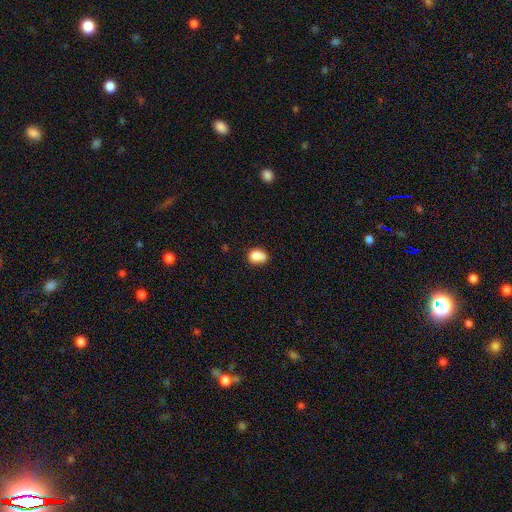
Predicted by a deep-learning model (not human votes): smooth_or_featured: smooth (p=0.83) [alt: star or artifact p=0.10]
how_rounded: in between (p=0.63) [alt: round p=0.36]
merging: none (p=0.53) [alt: minor disturbance p=0.27]